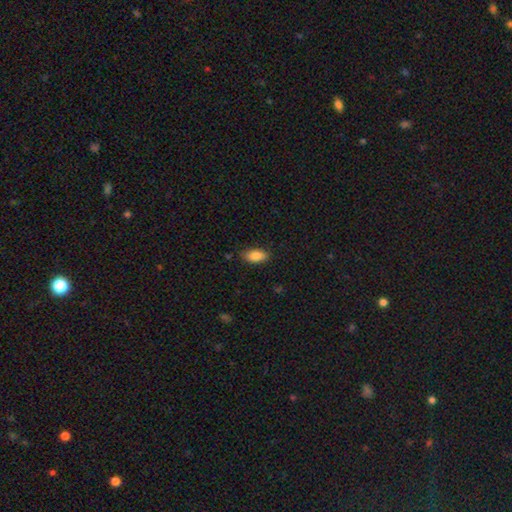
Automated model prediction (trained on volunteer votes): Smooth or featured? smooth (87%)
How rounded? in between (90%)
Merging? none (80%)